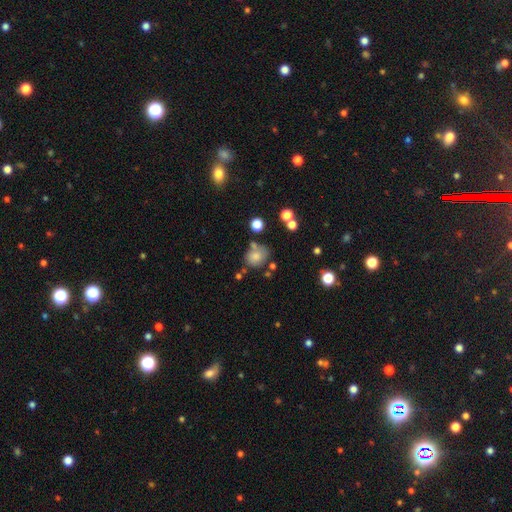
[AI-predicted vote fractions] This appears to be a smooth galaxy with no disk features (77%) that is round (59%). Merging: none (61%).